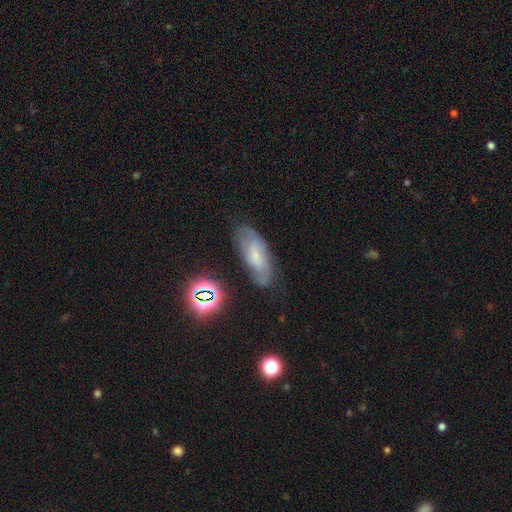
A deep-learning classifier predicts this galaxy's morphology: A featured or disk galaxy (55%).

Vote fractions:
- Smooth or featured? featured or disk: 55% / smooth: 32% / star or artifact: 13%
- Edge-on disk? no: 88% / yes: 12%
- Merging? none: 68% / minor disturbance: 22% / major disturbance: 7% / merger: 3%